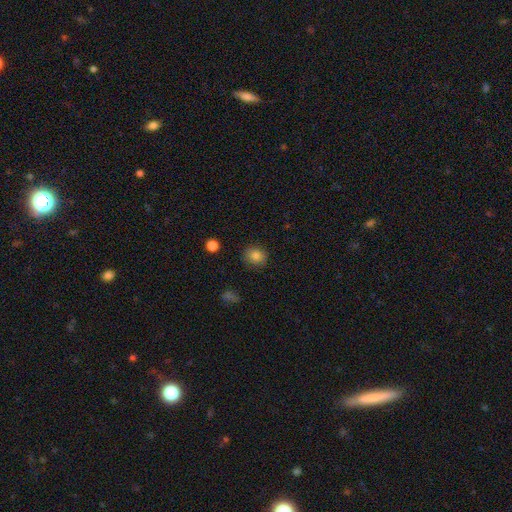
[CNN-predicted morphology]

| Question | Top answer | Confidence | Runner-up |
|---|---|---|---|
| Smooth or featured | smooth | 81% | star or artifact (11%) |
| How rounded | round | 71% | in between (28%) |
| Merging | none | 85% | minor disturbance (11%) |